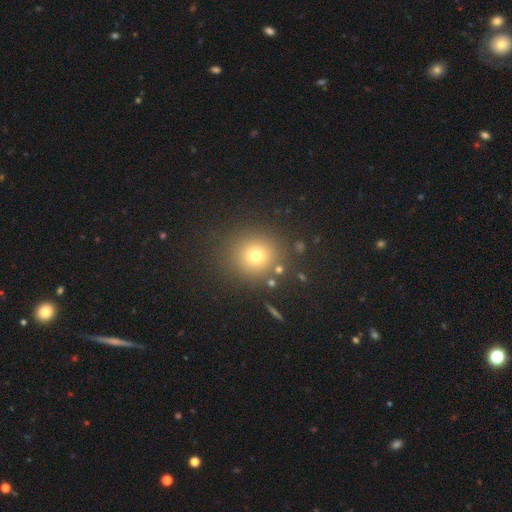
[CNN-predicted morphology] A smooth galaxy with no disk features (73%) that is round (88%).

Vote fractions:
- Smooth or featured? smooth: 73% / star or artifact: 17% / featured or disk: 10%
- How rounded? round: 88% / in between: 11% / cigar-shaped: 1%
- Merging? none: 84% / minor disturbance: 9% / merger: 4% / major disturbance: 4%